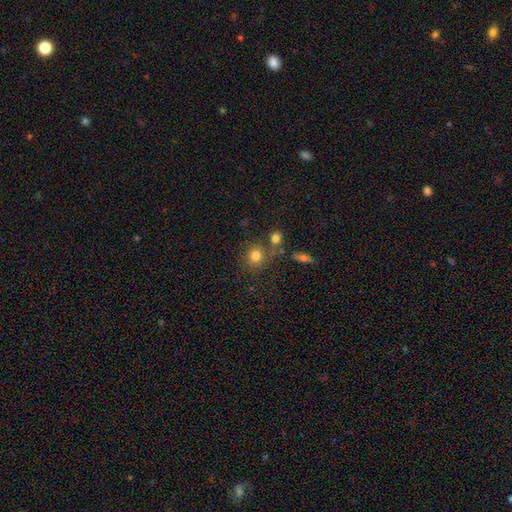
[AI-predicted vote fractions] The model was most divided on "merging": none: 69%, merger: 16%, minor disturbance: 11%, major disturbance: 5%. More confident: how rounded — round (84%); smooth or featured — smooth (78%).